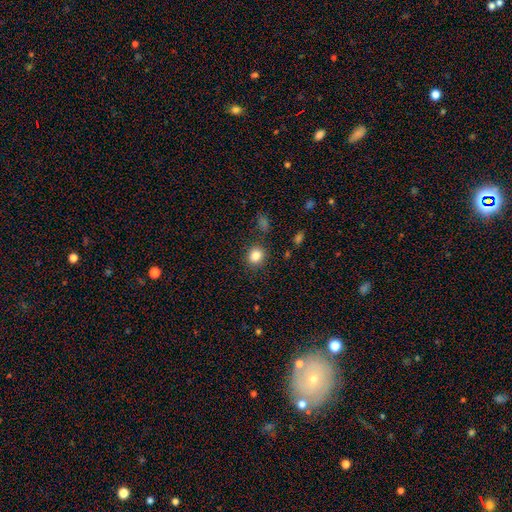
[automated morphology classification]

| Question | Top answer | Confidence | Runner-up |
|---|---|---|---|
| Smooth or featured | smooth | 83% | star or artifact (11%) |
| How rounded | round | 74% | in between (25%) |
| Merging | none | 86% | minor disturbance (8%) |